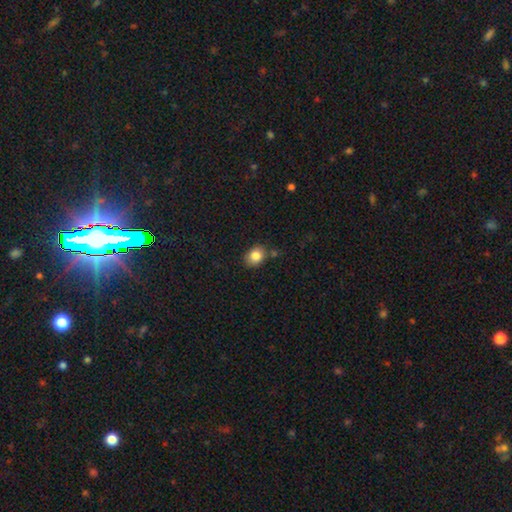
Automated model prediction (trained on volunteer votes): Smooth or featured: smooth — 84% (star or artifact — 9%)
How rounded: in between — 56% (round — 43%)
Merging: none — 73% (minor disturbance — 16%)